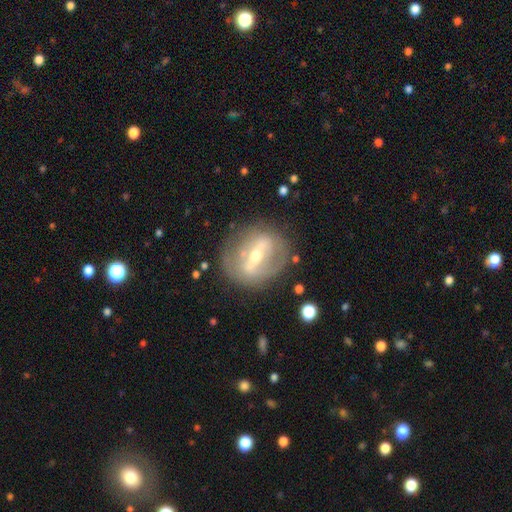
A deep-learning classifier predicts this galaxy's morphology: smooth-or-featured: featured or disk: 78% | smooth: 16% | star or artifact: 7%
  disk-edge-on: no: 85% | yes: 15%
    bar: strong: 71% | weak: 20% | no: 9%
    has-spiral-arms: no: 59% | yes: 41%
    bulge-size: moderate: 55% | small: 39% | large: 4% | none: 1% | dominant: 1%
  merging: none: 74% | minor disturbance: 16% | major disturbance: 8% | merger: 3%